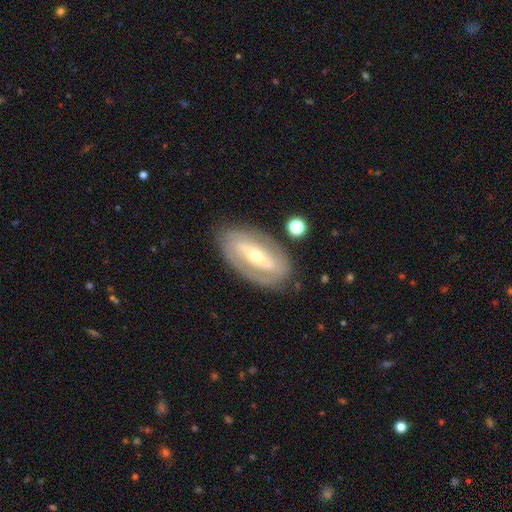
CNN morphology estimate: Smooth or featured? featured or disk (78%)
Edge-on disk? no (91%)
Bar? strong (52%)
Spiral arms? yes (69%)
Bulge size? small (48%)
Merging? none (80%)